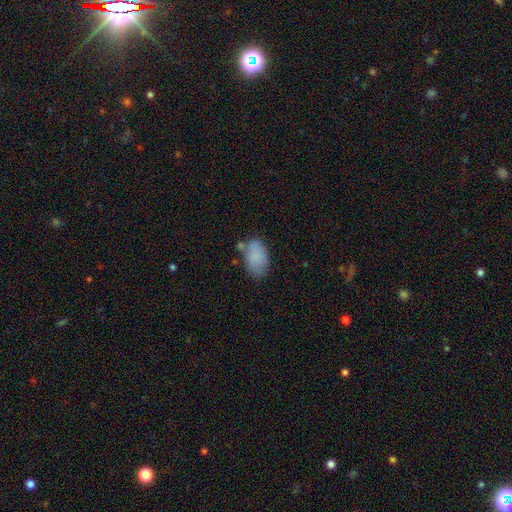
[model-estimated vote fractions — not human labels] Morphology: type=smooth (84%); roundness=in between (91%); merging=none (60%).